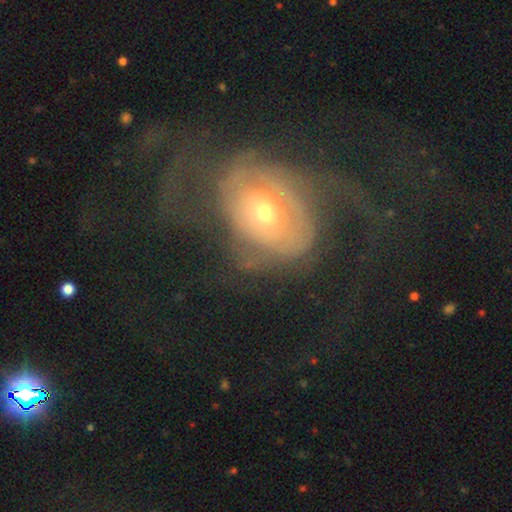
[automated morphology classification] smooth-or-featured: featured or disk: 73% | smooth: 19% | star or artifact: 9%
  disk-edge-on: no: 95% | yes: 5%
    bar: no: 69% | weak: 22% | strong: 9%
    has-spiral-arms: yes: 65% | no: 35%
    bulge-size: moderate: 56% | small: 36% | large: 5% | dominant: 1% | none: 1%
  merging: none: 42% | major disturbance: 40% | minor disturbance: 15% | merger: 2%